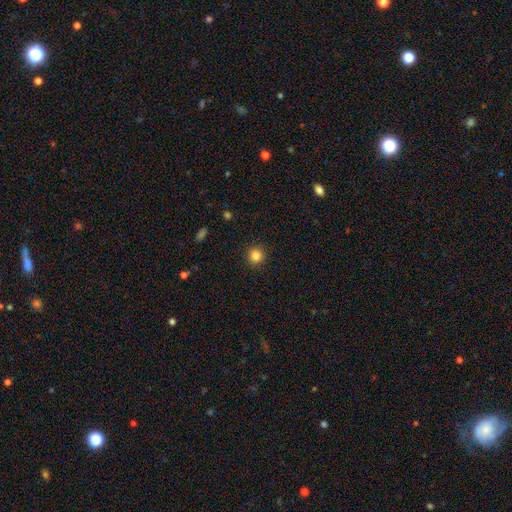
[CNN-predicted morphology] smooth_or_featured: smooth (p=0.84) [alt: star or artifact p=0.12]
how_rounded: round (p=0.95) [alt: in between p=0.04]
merging: none (p=0.93) [alt: minor disturbance p=0.05]